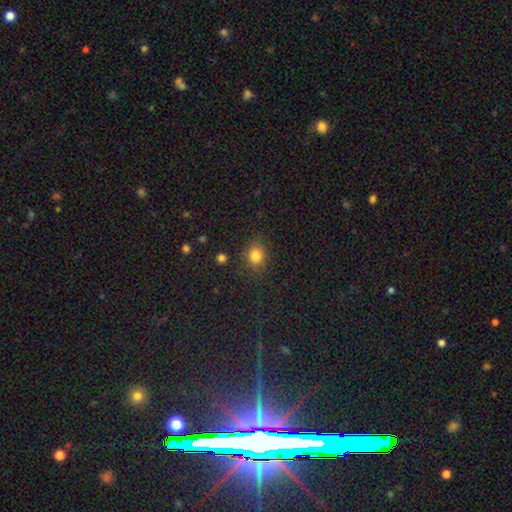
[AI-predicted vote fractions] Smooth or featured: smooth — 83% (star or artifact — 12%)
How rounded: round — 69% (in between — 30%)
Merging: none — 84% (minor disturbance — 11%)